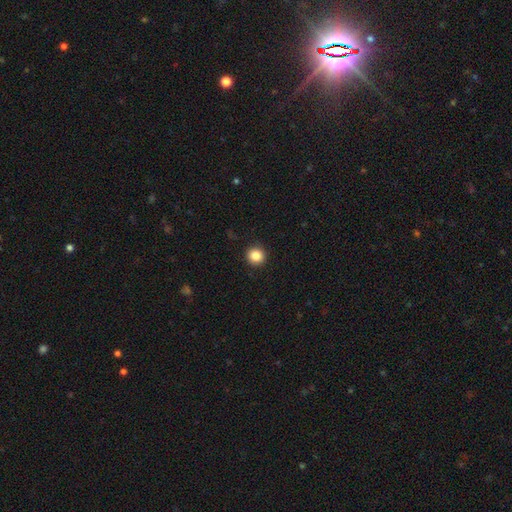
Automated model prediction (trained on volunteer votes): smooth_or_featured: smooth (p=0.86) [alt: star or artifact p=0.10]
how_rounded: round (p=0.93) [alt: in between p=0.06]
merging: none (p=0.93) [alt: minor disturbance p=0.05]